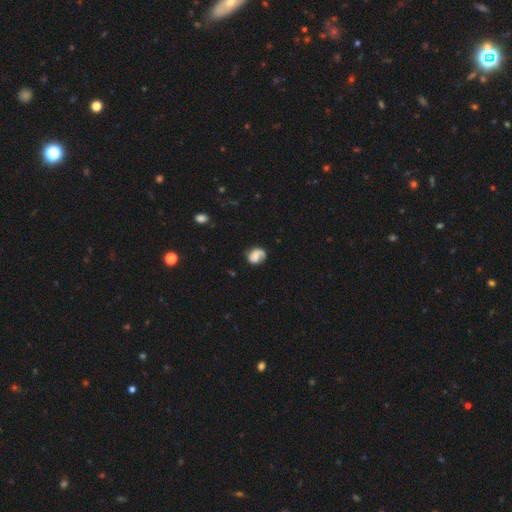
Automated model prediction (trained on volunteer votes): The model was most divided on "smooth or featured": featured or disk: 50%, smooth: 41%, star or artifact: 9%. More confident: edge-on disk — no (98%); merging — none (56%).